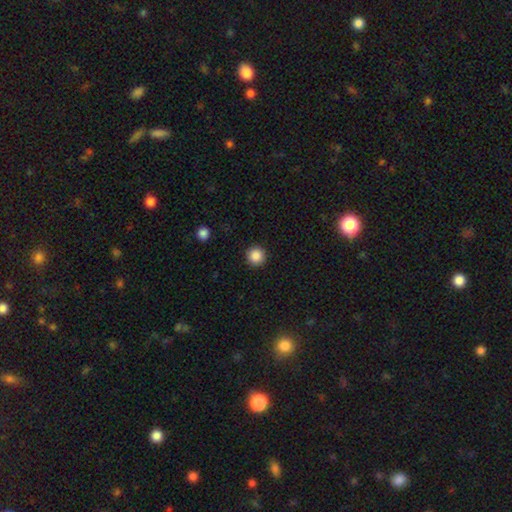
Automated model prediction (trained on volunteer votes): Smooth or featured: smooth — 87% (star or artifact — 10%)
How rounded: round — 96% (in between — 3%)
Merging: none — 93% (minor disturbance — 4%)